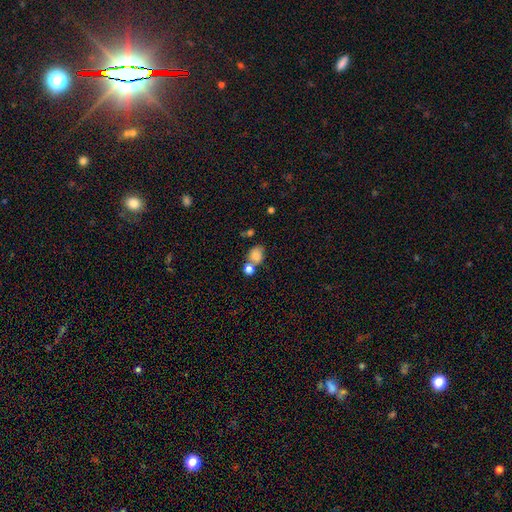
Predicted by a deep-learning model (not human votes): A smooth galaxy with no disk features (81%) that is in between round and cigar-shaped (55%).

Vote fractions:
- Smooth or featured? smooth: 81% / star or artifact: 11% / featured or disk: 8%
- How rounded? in between: 55% / round: 44% / cigar-shaped: 1%
- Merging? none: 43% / merger: 37% / minor disturbance: 14% / major disturbance: 7%